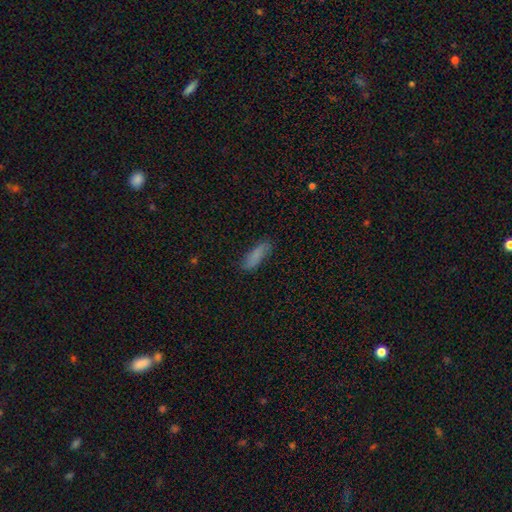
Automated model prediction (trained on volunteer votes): The model was most divided on "how rounded": cigar-shaped: 54%, in between: 44%, round: 2%. More confident: smooth or featured — smooth (82%); merging — none (79%).